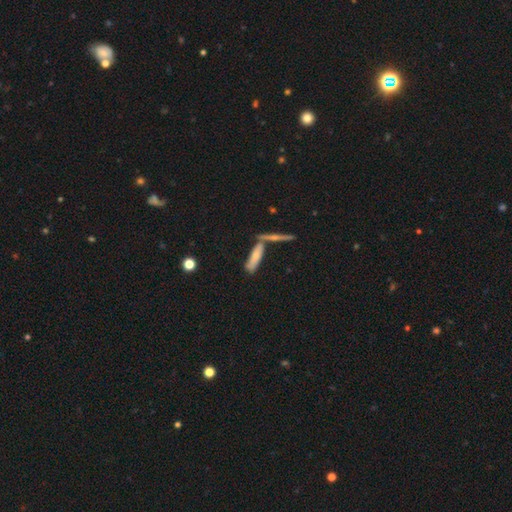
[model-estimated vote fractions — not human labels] This is possibly a smooth galaxy (60%). How rounded: likely cigar-shaped (65%). Merging: possibly none (50%).